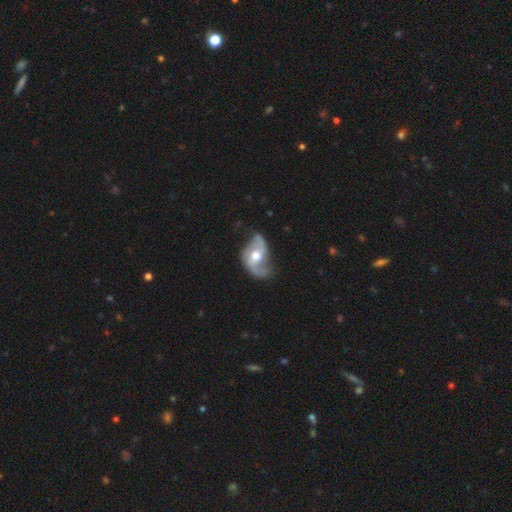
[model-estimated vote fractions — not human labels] smooth_or_featured: featured or disk (p=0.84) [alt: smooth p=0.11]
disk_edge_on: no (p=0.97) [alt: yes p=0.03]
bar: no (p=0.57) [alt: weak p=0.33]
has_spiral_arms: yes (p=0.94) [alt: no p=0.06]
spiral_winding: loose (p=0.52) [alt: medium p=0.37]
spiral_arm_count: 2 (p=0.88) [alt: can't tell p=0.04]
bulge_size: moderate (p=0.74) [alt: small p=0.13]
merging: none (p=0.57) [alt: minor disturbance p=0.26]